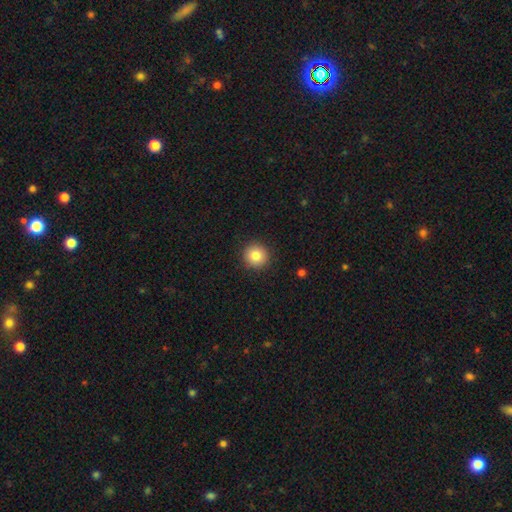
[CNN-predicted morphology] A smooth galaxy with no disk features (83%) that is round (94%). Merging: none (92%).